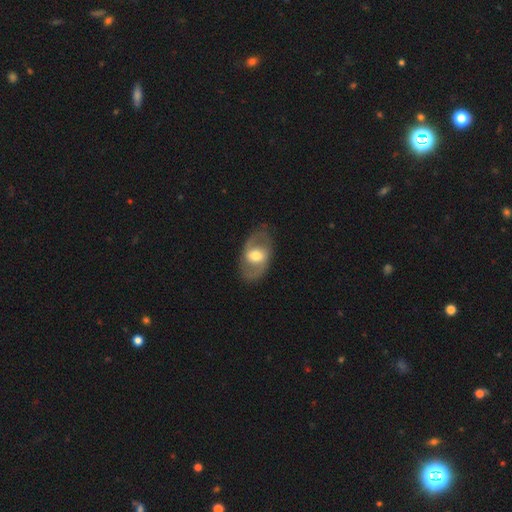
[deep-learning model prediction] smooth-or-featured: featured or disk: 64% | smooth: 31% | star or artifact: 6%
  disk-edge-on: no: 93% | yes: 7%
    bar: weak: 39% | no: 38% | strong: 23%
    has-spiral-arms: yes: 59% | no: 41%
    bulge-size: moderate: 67% | large: 18% | small: 12% | dominant: 1% | none: 1%
  merging: none: 82% | minor disturbance: 12% | major disturbance: 5% | merger: 1%